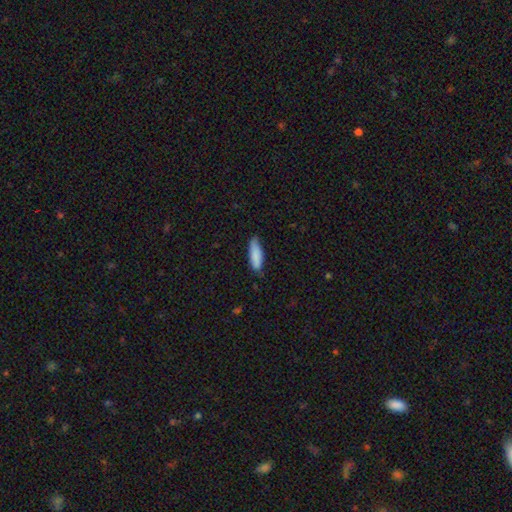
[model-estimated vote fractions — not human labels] Smooth or featured? smooth (87%)
How rounded? in between (50%)
Merging? none (72%)